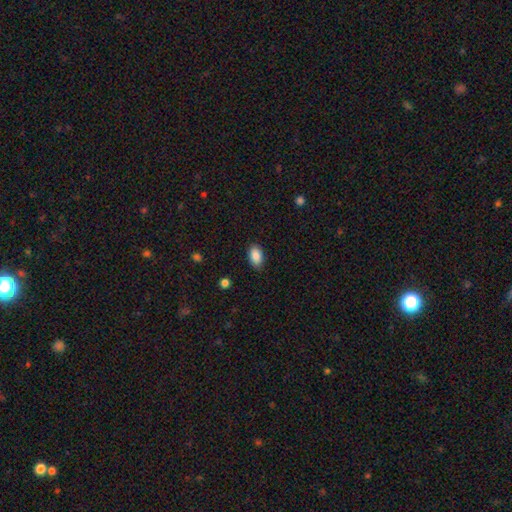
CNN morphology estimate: Overall: smooth (88%). How rounded: in between (92%). Merging: none (87%).